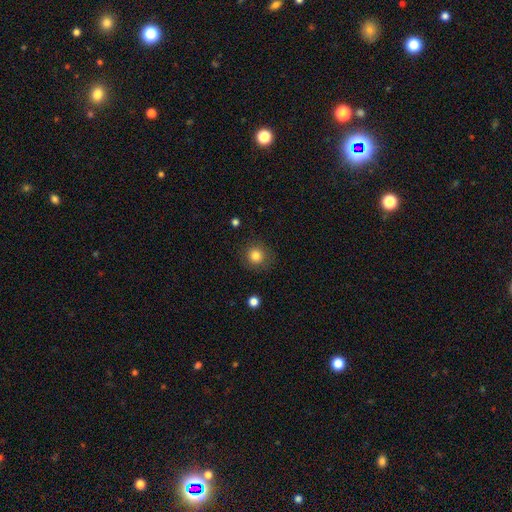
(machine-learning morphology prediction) type=smooth (83%); roundness=round (92%); merging=none (87%).